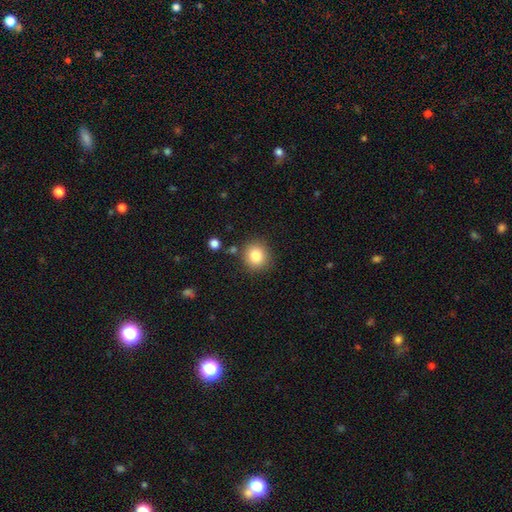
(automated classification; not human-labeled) Smooth or featured: smooth — 83% (star or artifact — 10%)
How rounded: round — 88% (in between — 11%)
Merging: none — 85% (minor disturbance — 9%)